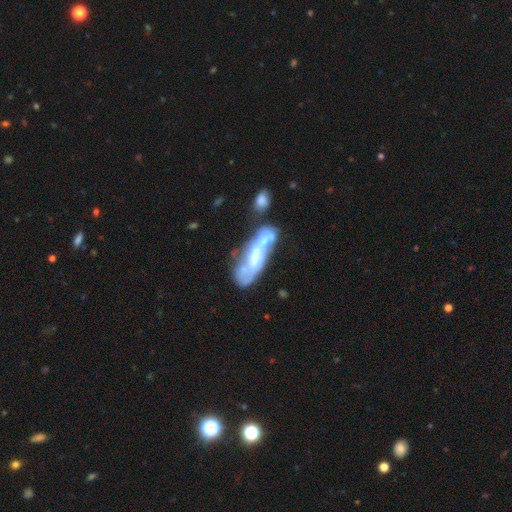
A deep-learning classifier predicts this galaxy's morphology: Q: Smooth or featured?
A: featured or disk (64%); runner-up: smooth (28%)
Q: Edge-on disk?
A: no (86%); runner-up: yes (14%)
Q: Bar?
A: no (63%); runner-up: weak (24%)
Q: Spiral arms?
A: no (61%); runner-up: yes (39%)
Q: Bulge size?
A: moderate (43%); runner-up: small (37%)
Q: Merging?
A: merger (42%); runner-up: none (27%)